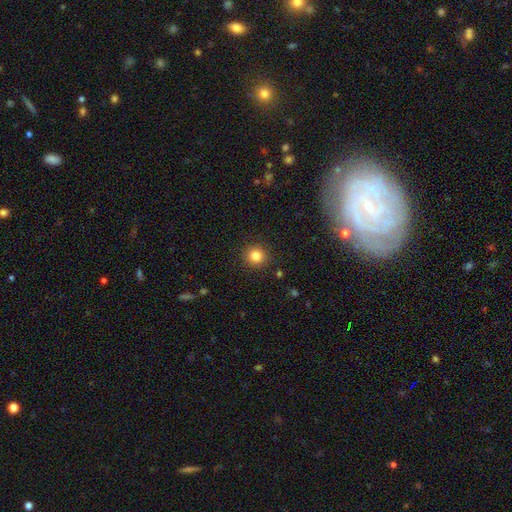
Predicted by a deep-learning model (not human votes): Smooth or featured? smooth (83%)
How rounded? round (93%)
Merging? none (91%)